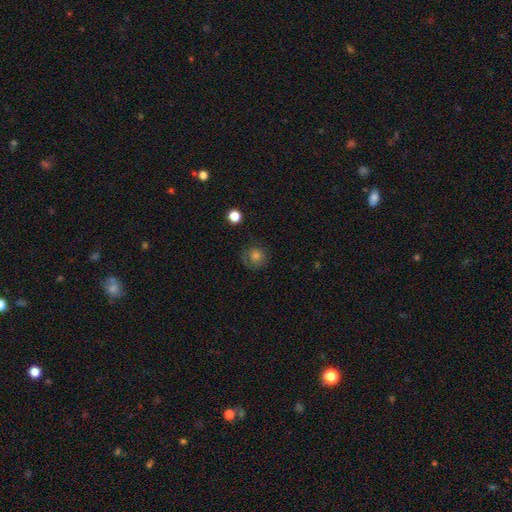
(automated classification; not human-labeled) Overall: smooth (63%). How rounded: round (88%). Merging: none (71%).